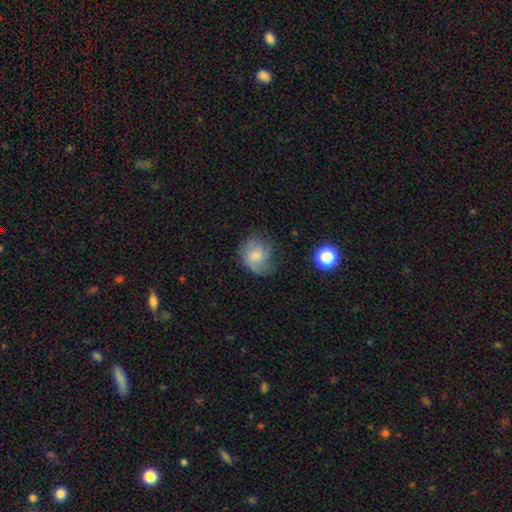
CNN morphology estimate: Smooth or featured? smooth (61%)
How rounded? round (66%)
Merging? none (47%)